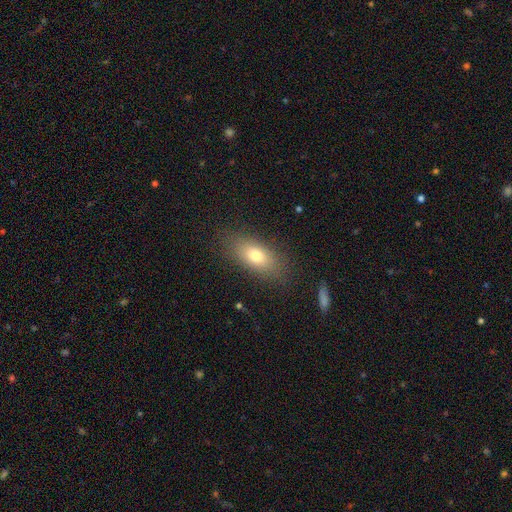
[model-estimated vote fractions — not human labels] smooth-or-featured: smooth: 73% | featured or disk: 17% | star or artifact: 10%
  how-rounded: in between: 80% | cigar-shaped: 13% | round: 7%
  merging: none: 83% | minor disturbance: 11% | major disturbance: 4% | merger: 1%